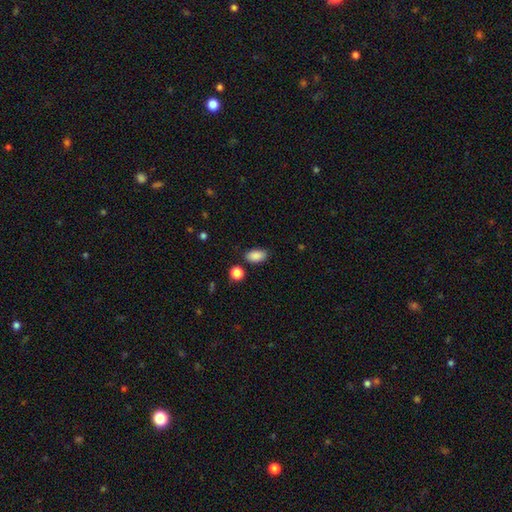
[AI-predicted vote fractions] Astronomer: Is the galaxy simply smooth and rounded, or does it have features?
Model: smooth — 88%.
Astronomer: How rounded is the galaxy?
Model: in between — 91%.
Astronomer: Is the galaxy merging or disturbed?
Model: none — 80%.